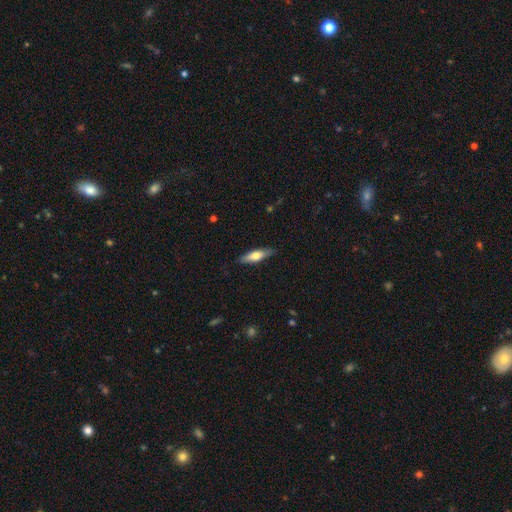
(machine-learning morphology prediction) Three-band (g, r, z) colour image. It shows a smooth galaxy with no disk features (60%) that is cigar-shaped (59%). Merging: none (85%).